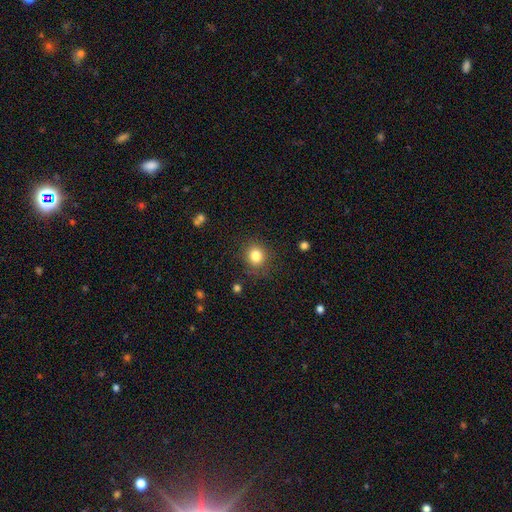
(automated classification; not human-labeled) Smooth or featured: smooth — 83% (star or artifact — 11%)
How rounded: round — 78% (in between — 21%)
Merging: none — 84% (minor disturbance — 11%)